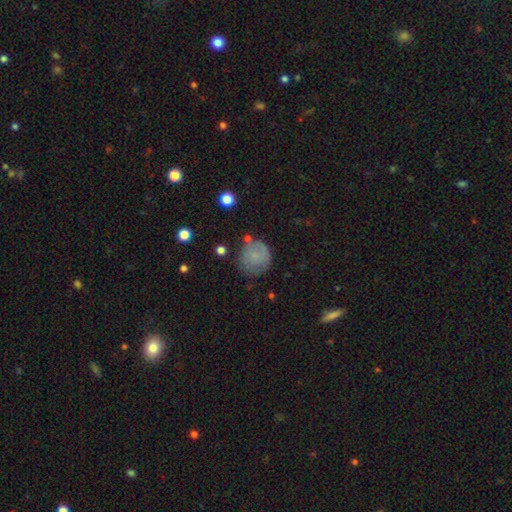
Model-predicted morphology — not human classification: Smooth or featured? smooth (68%)
How rounded? round (88%)
Merging? none (66%)